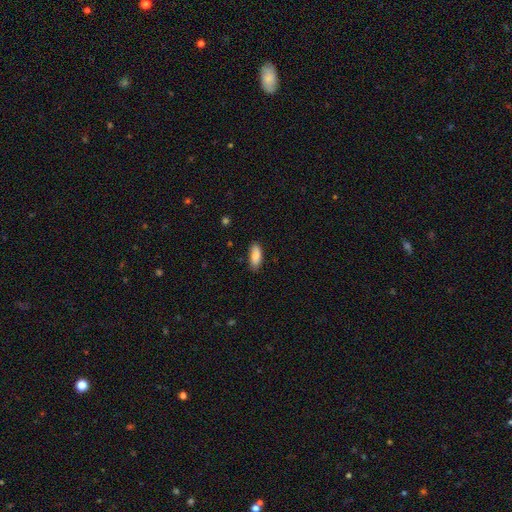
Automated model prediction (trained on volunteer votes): A smooth galaxy with no disk features (85%) that is in between round and cigar-shaped (79%). Merging: none (83%).